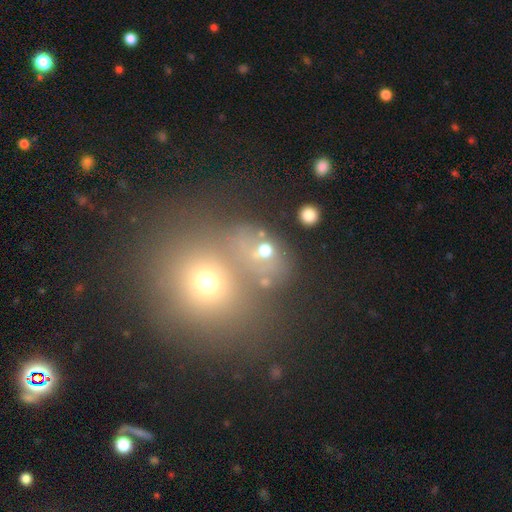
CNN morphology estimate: This is possibly a smooth galaxy (56%). How rounded: likely round (74%). Merging: possibly none (48%).